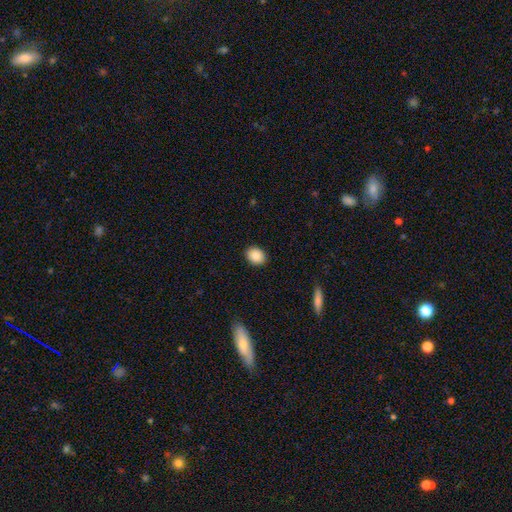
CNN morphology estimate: Smooth or featured? Predicted: smooth (p=0.89). How rounded? Predicted: in between (p=0.52). Merging? Predicted: none (p=0.90).